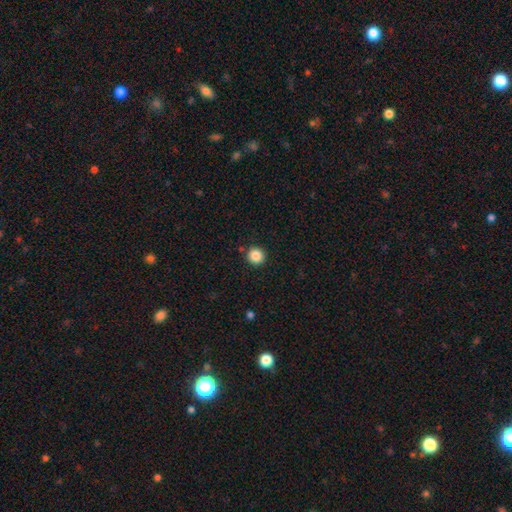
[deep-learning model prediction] Smooth or featured? Predicted: smooth (p=0.86). How rounded? Predicted: round (p=0.94). Merging? Predicted: none (p=0.91).